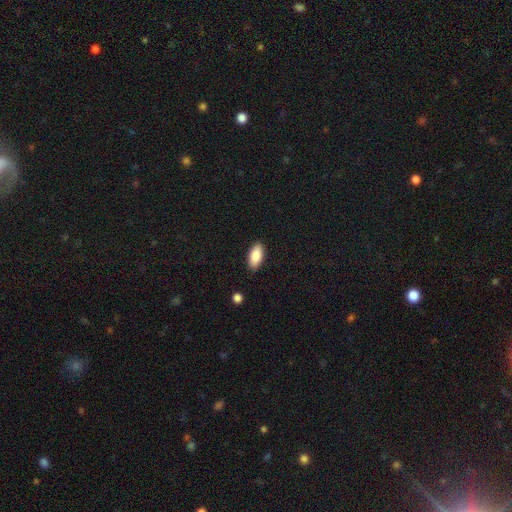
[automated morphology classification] Smooth or featured? smooth (86%)
How rounded? in between (89%)
Merging? none (89%)